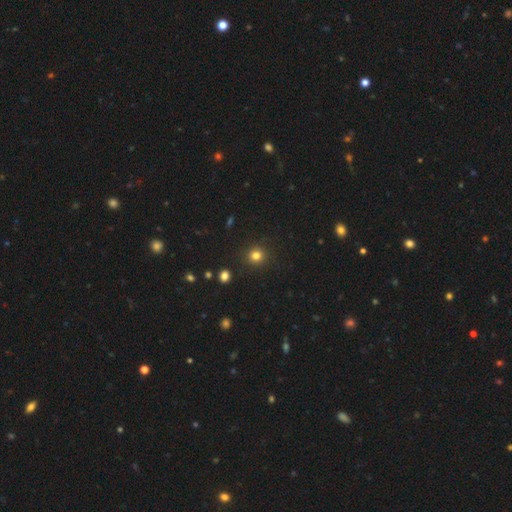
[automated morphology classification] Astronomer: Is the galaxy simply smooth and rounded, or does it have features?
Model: smooth — 80%.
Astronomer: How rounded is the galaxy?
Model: round — 92%.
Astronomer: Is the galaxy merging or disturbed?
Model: none — 91%.